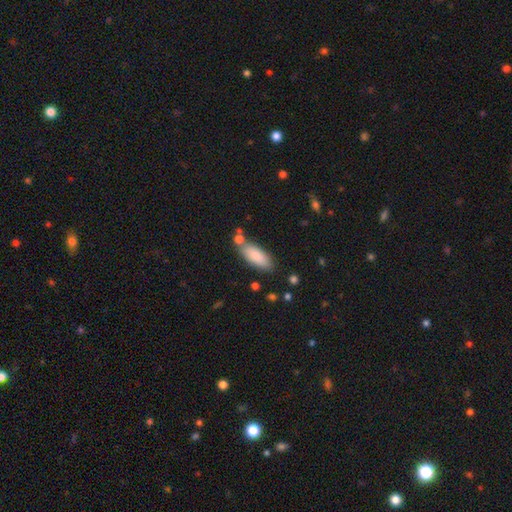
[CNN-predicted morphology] A smooth galaxy with no disk features (86%) that is in between round and cigar-shaped (74%). Merging: none (73%).